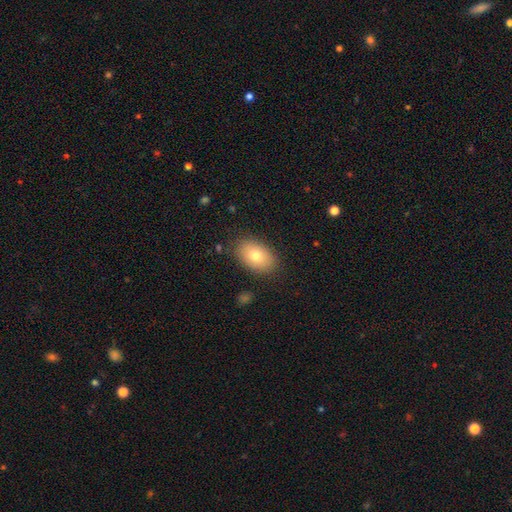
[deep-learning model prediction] Smooth or featured? Predicted: smooth (p=0.77). How rounded? Predicted: in between (p=0.88). Merging? Predicted: none (p=0.85).